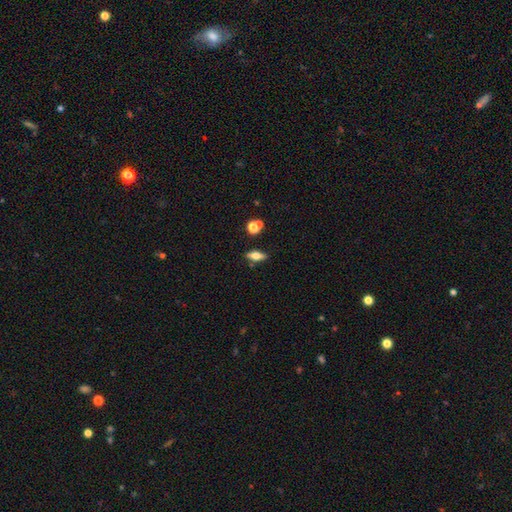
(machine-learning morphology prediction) Q: Smooth or featured?
A: smooth (49%); runner-up: featured or disk (42%)
Q: Merging?
A: none (81%); runner-up: minor disturbance (10%)